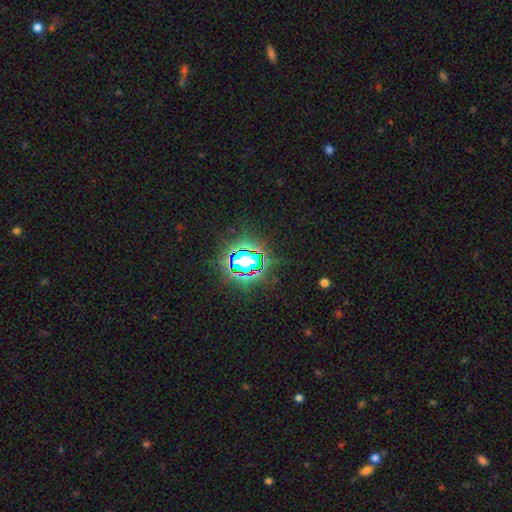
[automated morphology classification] smooth_or_featured: star or artifact (p=0.80) [alt: smooth p=0.13]